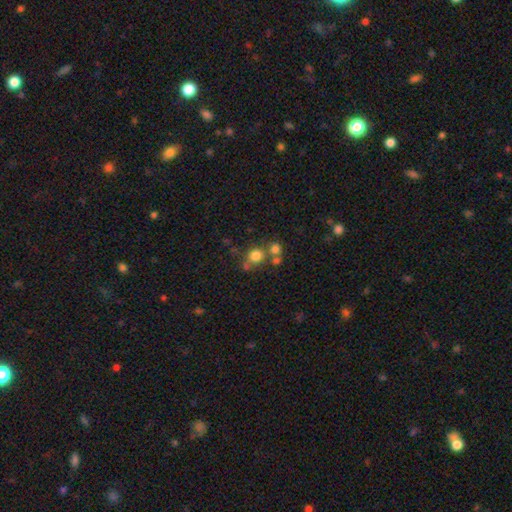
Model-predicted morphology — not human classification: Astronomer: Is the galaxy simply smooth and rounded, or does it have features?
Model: smooth — 74%.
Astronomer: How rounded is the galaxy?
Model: round — 85%.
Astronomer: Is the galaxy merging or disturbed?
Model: none — 57%.